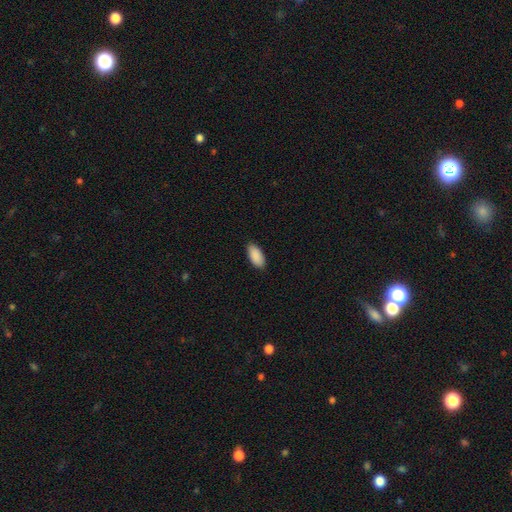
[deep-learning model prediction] Smooth or featured: smooth — 91% (star or artifact — 6%)
How rounded: in between — 92% (cigar-shaped — 6%)
Merging: none — 88% (minor disturbance — 9%)